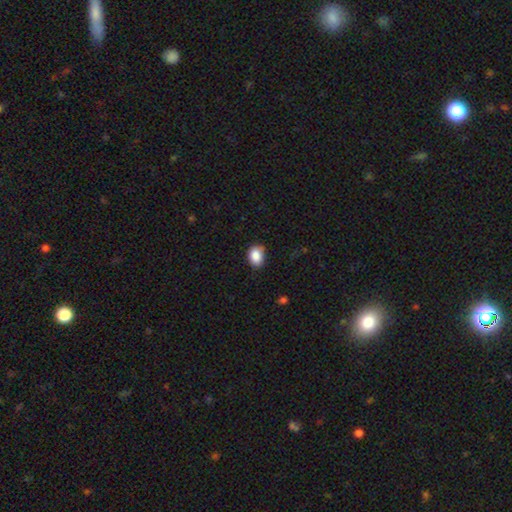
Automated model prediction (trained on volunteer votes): This is clearly a smooth galaxy (87%). How rounded: likely in between (71%). Merging: likely none (73%).